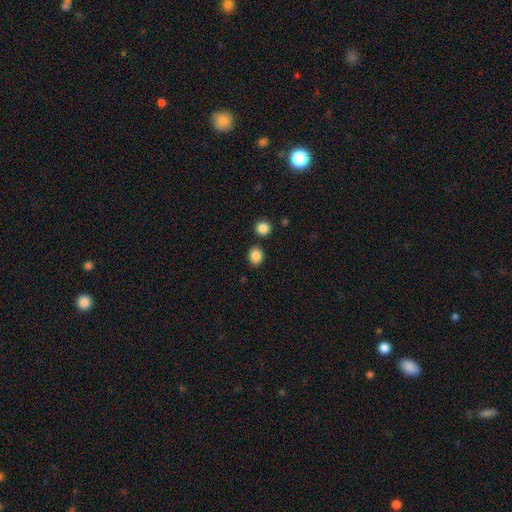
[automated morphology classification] Smooth or featured?
  - smooth: 87% *
  - star or artifact: 10%
  - featured or disk: 4%
How rounded?
  - round: 67% *
  - in between: 32%
  - cigar-shaped: 1%
Merging?
  - none: 84% *
  - minor disturbance: 8%
  - merger: 6%
  - major disturbance: 2%